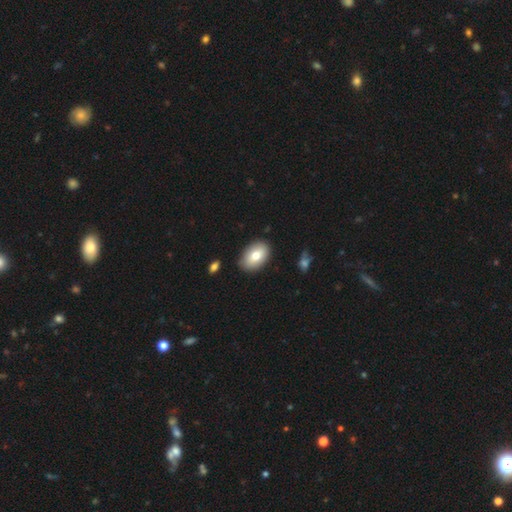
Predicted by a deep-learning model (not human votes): Smooth or featured?
  - smooth: 74% *
  - featured or disk: 19%
  - star or artifact: 7%
How rounded?
  - in between: 90% *
  - round: 9%
  - cigar-shaped: 1%
Merging?
  - none: 86% *
  - minor disturbance: 10%
  - major disturbance: 2%
  - merger: 2%